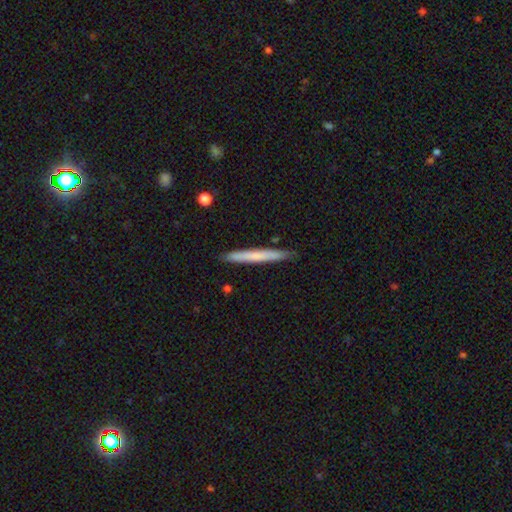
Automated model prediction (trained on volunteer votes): Smooth or featured? Predicted: smooth (p=0.64). How rounded? Predicted: cigar-shaped (p=0.97). Merging? Predicted: none (p=0.90).